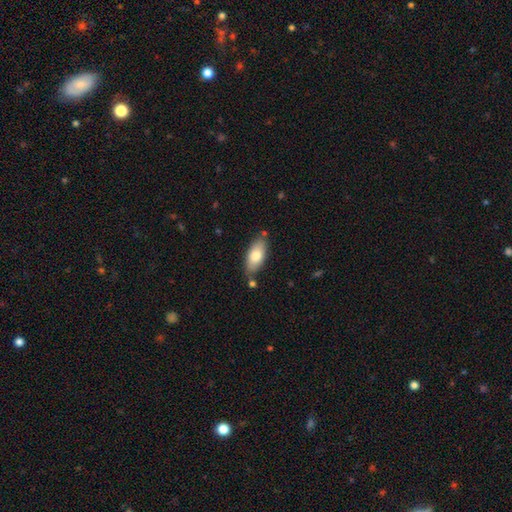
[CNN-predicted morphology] Overall: smooth (77%). How rounded: in between (88%). Merging: none (75%).